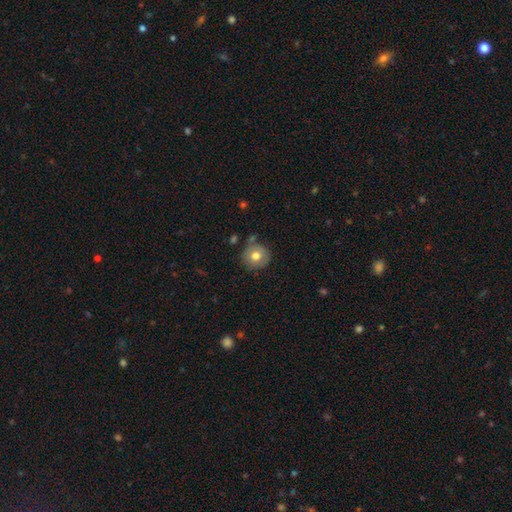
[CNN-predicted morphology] Smooth or featured? smooth (73%)
How rounded? round (90%)
Merging? none (75%)